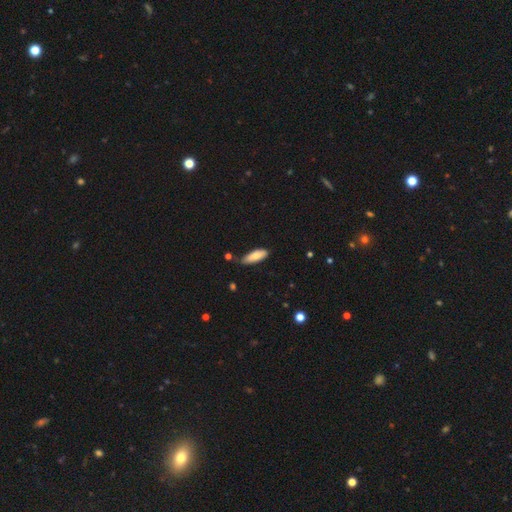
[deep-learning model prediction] This is likely a smooth galaxy (80%). How rounded: possibly in between (59%). Merging: likely none (65%).